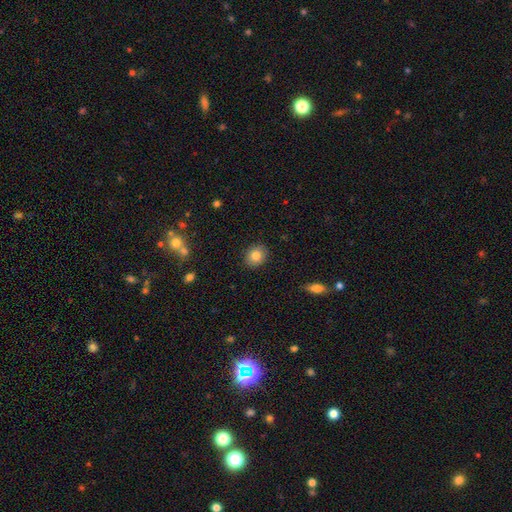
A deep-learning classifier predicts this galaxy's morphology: This appears to be a smooth galaxy with no disk features (83%) that is round (67%). Merging: none (89%).